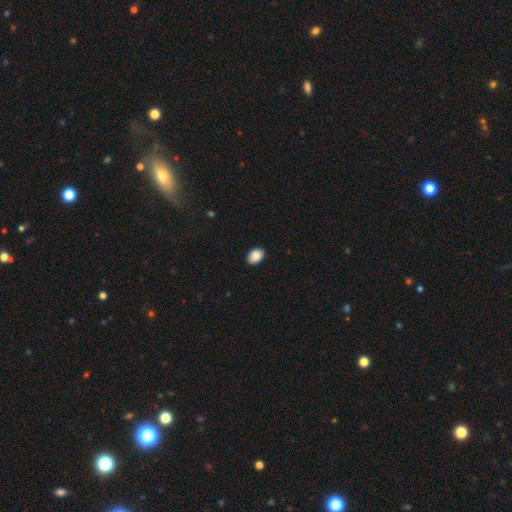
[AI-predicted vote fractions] Q: Smooth or featured?
A: smooth (88%); runner-up: star or artifact (7%)
Q: How rounded?
A: in between (82%); runner-up: round (17%)
Q: Merging?
A: none (88%); runner-up: minor disturbance (9%)